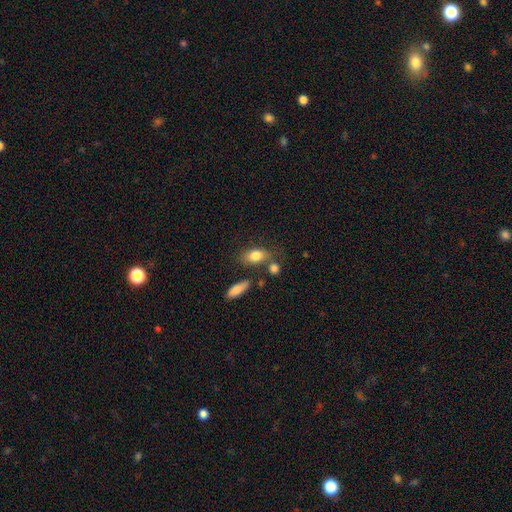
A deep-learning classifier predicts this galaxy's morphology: A smooth galaxy with no disk features (81%) that is in between round and cigar-shaped (84%). Merging: none (62%).